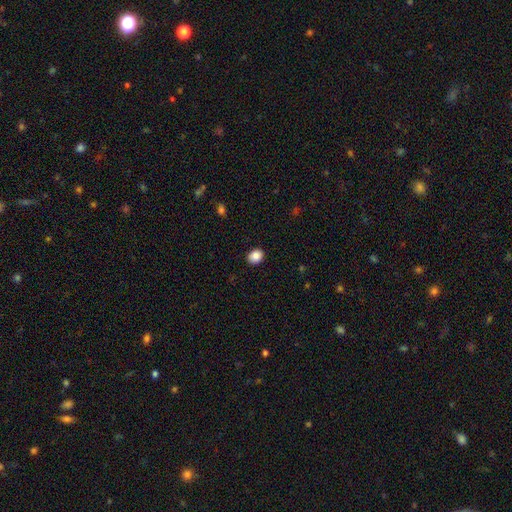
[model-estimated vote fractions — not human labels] Morphology: type=smooth (87%); roundness=round (50%); merging=none (90%).